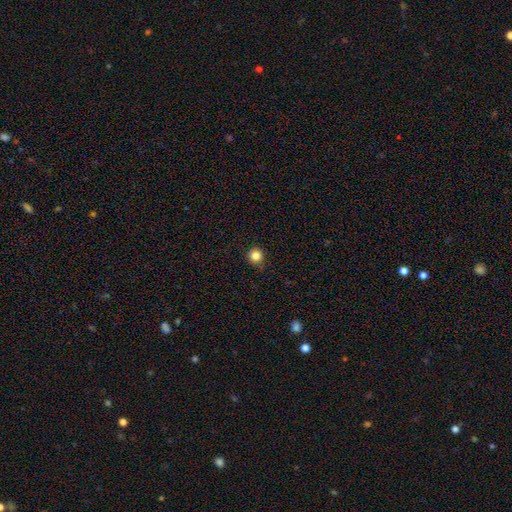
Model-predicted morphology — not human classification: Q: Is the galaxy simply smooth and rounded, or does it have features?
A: smooth — 84%.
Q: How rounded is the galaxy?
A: round — 95%.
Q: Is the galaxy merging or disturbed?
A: none — 91%.